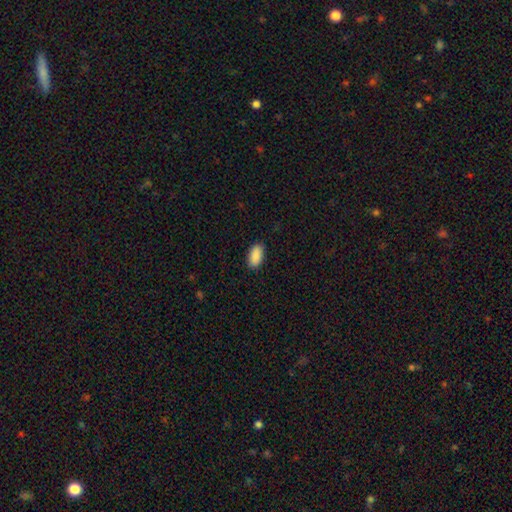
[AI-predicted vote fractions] A smooth galaxy with no disk features (91%) that is in between round and cigar-shaped (94%). Merging: none (89%).